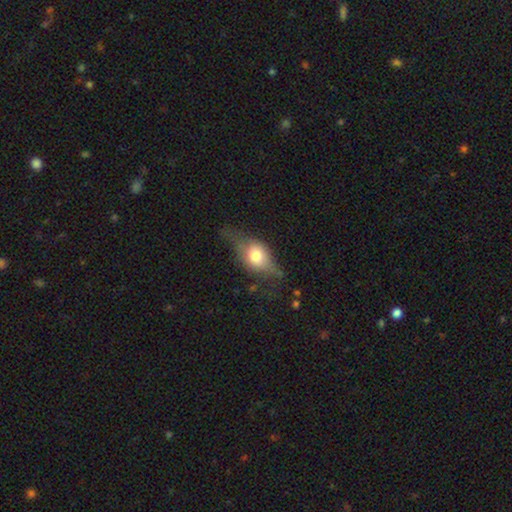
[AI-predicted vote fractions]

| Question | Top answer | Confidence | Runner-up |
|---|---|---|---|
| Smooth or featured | smooth | 52% | featured or disk (40%) |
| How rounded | in between | 67% | round (25%) |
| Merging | none | 44% | minor disturbance (30%) |